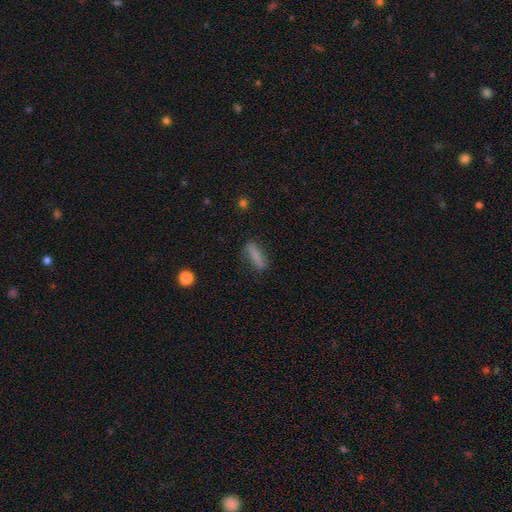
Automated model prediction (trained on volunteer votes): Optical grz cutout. It shows a smooth galaxy with no disk features (75%) that is cigar-shaped (72%). Merging: none (81%).